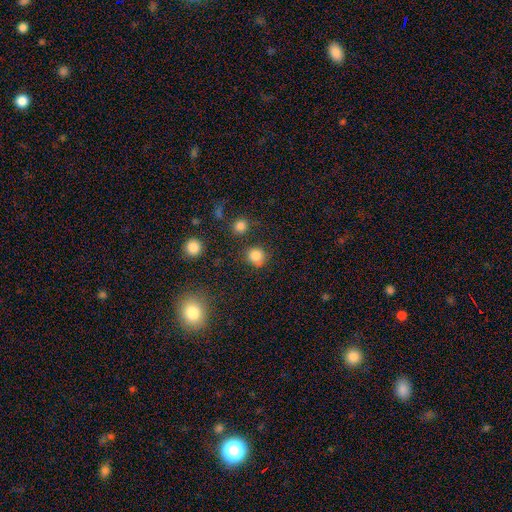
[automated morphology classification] Smooth or featured: smooth — 83% (star or artifact — 12%)
How rounded: round — 87% (in between — 12%)
Merging: none — 76% (minor disturbance — 14%)